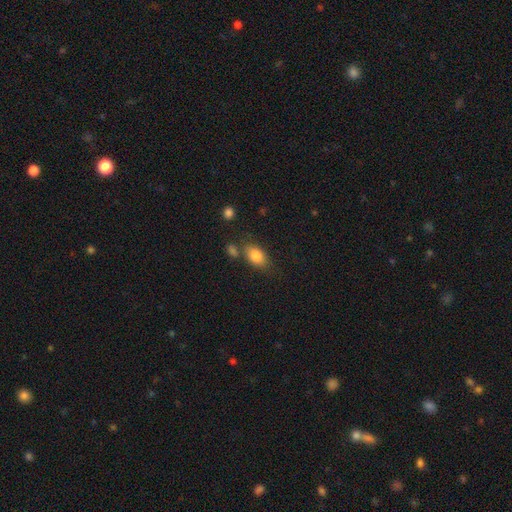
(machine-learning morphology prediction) smooth 82%, featured or disk 9%, star or artifact 9%. Down the decision tree: how rounded — in between (81%); merging — none (66%).